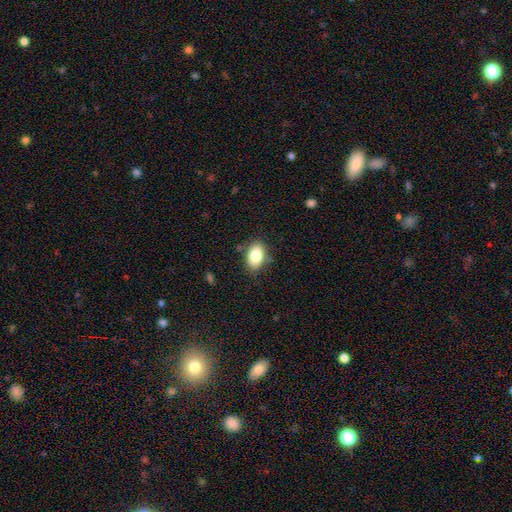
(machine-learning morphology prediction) Smooth or featured?
  - smooth: 83% *
  - featured or disk: 9%
  - star or artifact: 8%
How rounded?
  - in between: 87% *
  - round: 12%
  - cigar-shaped: 1%
Merging?
  - none: 80% *
  - minor disturbance: 14%
  - major disturbance: 3%
  - merger: 2%